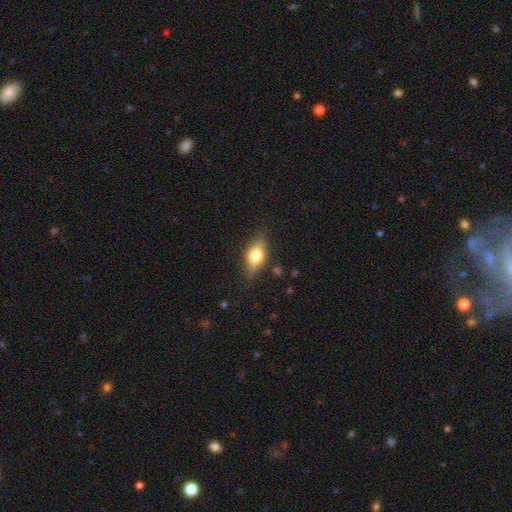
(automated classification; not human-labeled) Overall: smooth (67%). How rounded: in between (80%). Merging: none (81%).